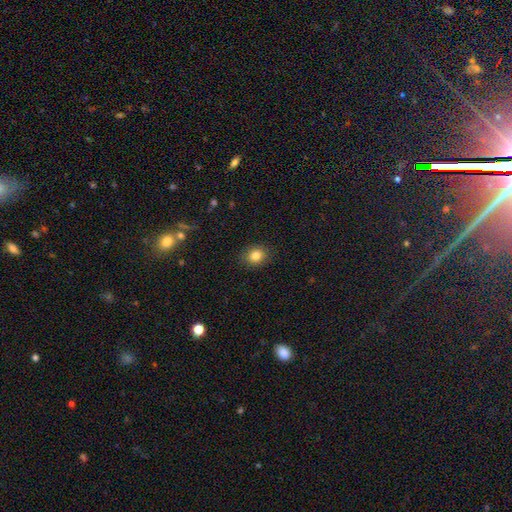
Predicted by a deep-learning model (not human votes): Overall: smooth (83%). How rounded: round (60%; in between 39%). Merging: none (88%).